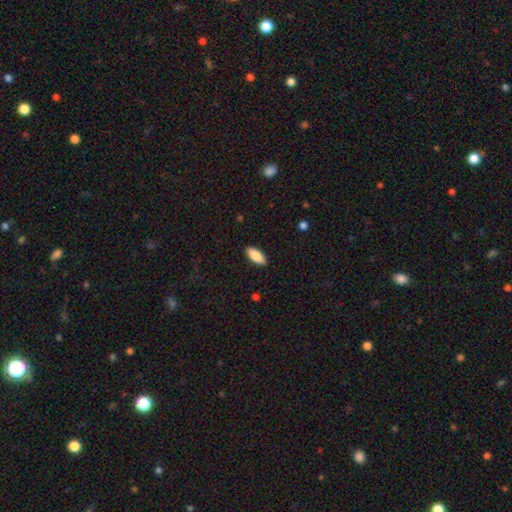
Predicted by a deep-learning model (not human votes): This is clearly a smooth galaxy (86%). How rounded: clearly in between (85%). Merging: clearly none (89%).